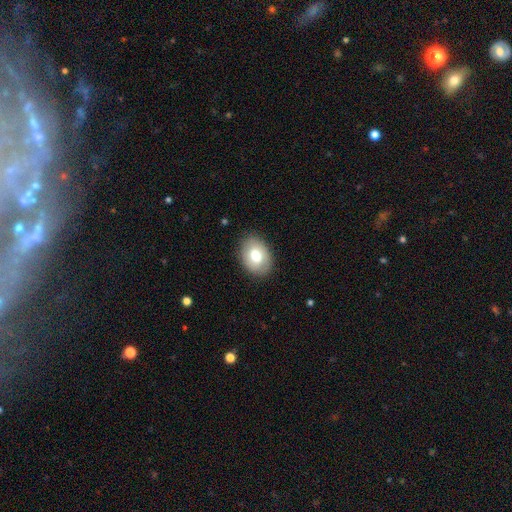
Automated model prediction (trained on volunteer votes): Overall: smooth (71%). How rounded: in between (69%; round 30%). Merging: none (85%).